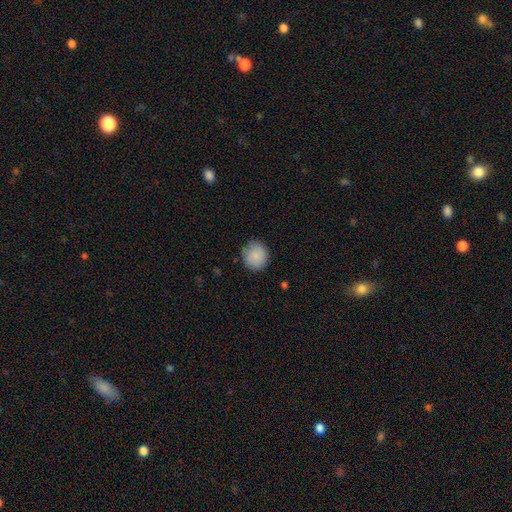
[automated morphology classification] This is clearly a smooth galaxy (87%). How rounded: clearly round (87%). Merging: clearly none (85%).